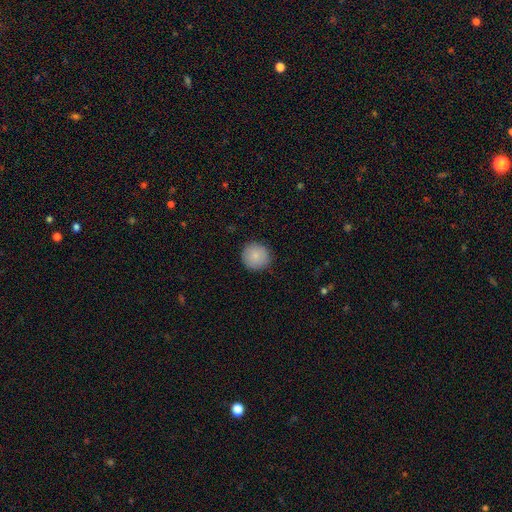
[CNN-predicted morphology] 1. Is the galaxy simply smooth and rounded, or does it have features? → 86% smooth, 8% star or artifact, 6% featured or disk.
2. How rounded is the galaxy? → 95% round, 4% in between, 1% cigar-shaped.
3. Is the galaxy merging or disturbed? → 89% none, 8% minor disturbance, 2% major disturbance, 1% merger.